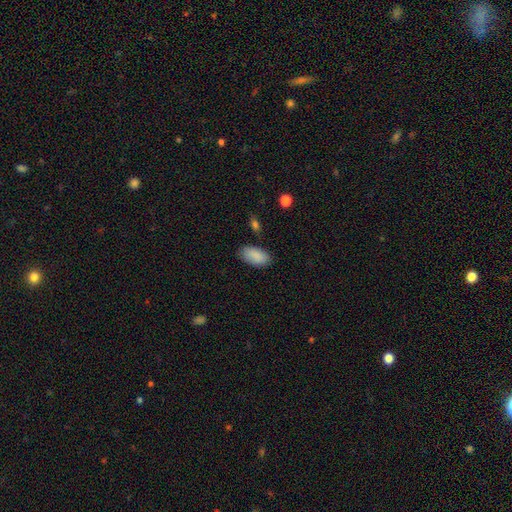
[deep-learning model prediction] smooth 89%, star or artifact 7%, featured or disk 5%. Down the decision tree: how rounded — in between (95%); merging — none (80%).